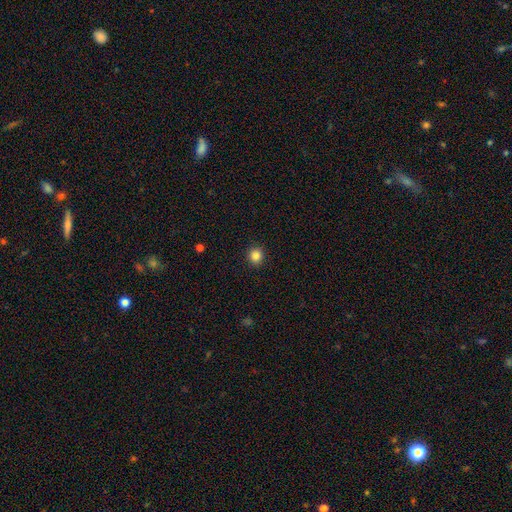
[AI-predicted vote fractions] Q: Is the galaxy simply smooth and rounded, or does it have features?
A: smooth — 85%.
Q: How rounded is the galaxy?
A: round — 91%.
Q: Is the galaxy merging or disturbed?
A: none — 92%.